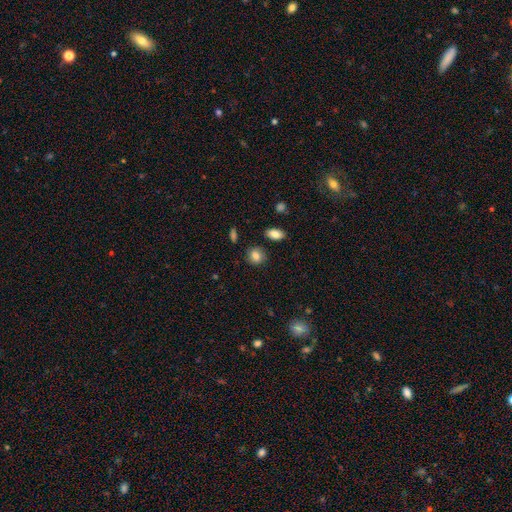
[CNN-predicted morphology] A smooth galaxy with no disk features (82%) that is round (60%). Merging: none (82%).